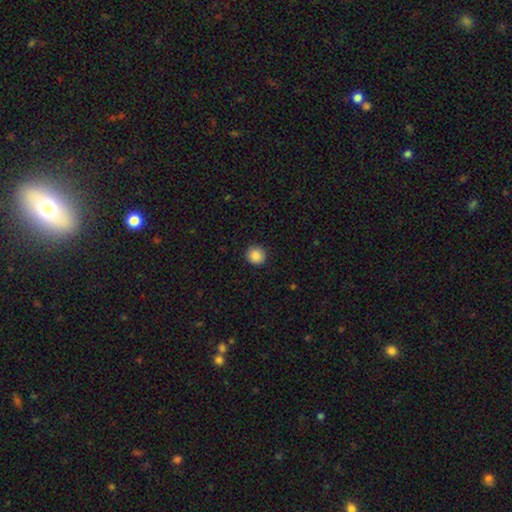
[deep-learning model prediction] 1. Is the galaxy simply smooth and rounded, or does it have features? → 87% smooth, 9% star or artifact, 4% featured or disk.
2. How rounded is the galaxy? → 93% round, 6% in between, 1% cigar-shaped.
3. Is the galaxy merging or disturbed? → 91% none, 6% minor disturbance, 2% major disturbance, 1% merger.